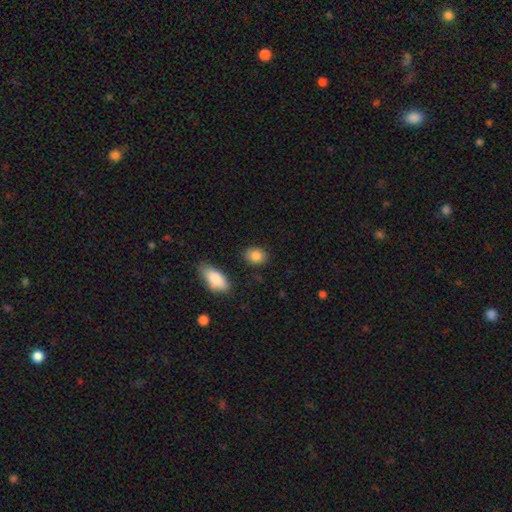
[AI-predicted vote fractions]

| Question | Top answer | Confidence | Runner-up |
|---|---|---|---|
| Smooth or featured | smooth | 86% | star or artifact (7%) |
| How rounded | in between | 64% | round (35%) |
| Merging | none | 83% | minor disturbance (11%) |